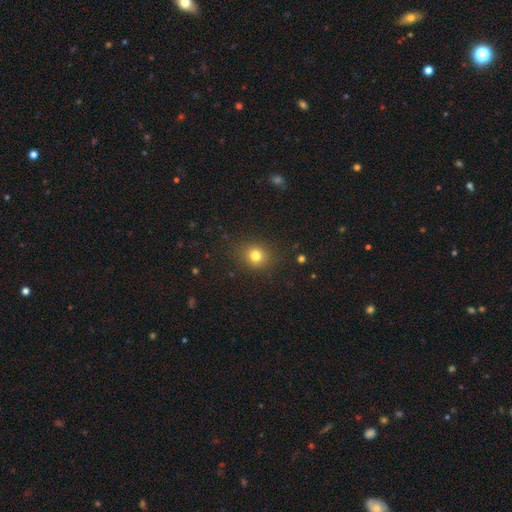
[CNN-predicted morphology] This is likely a smooth galaxy (78%). How rounded: likely round (78%). Merging: clearly none (87%).